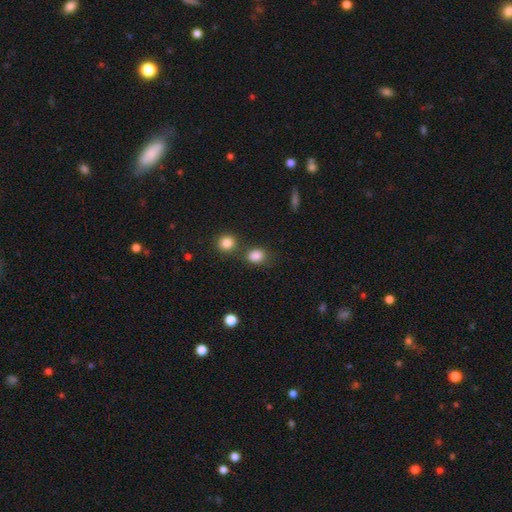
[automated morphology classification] Smooth or featured? Predicted: smooth (p=0.85). How rounded? Predicted: in between (p=0.54). Merging? Predicted: none (p=0.67).